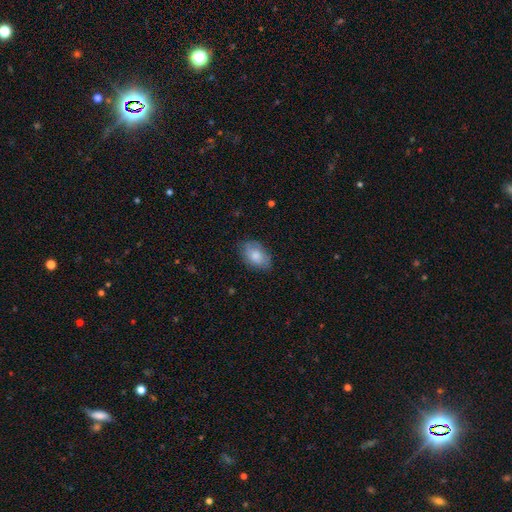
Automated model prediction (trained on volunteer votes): Morphology: type=smooth (77%); roundness=in between (89%); merging=none (74%).